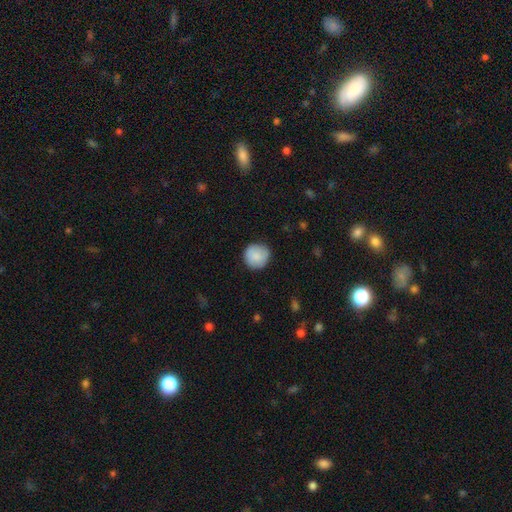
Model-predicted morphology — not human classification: smooth_or_featured: smooth (p=0.87) [alt: featured or disk p=0.07]
how_rounded: round (p=0.94) [alt: in between p=0.05]
merging: none (p=0.86) [alt: minor disturbance p=0.10]